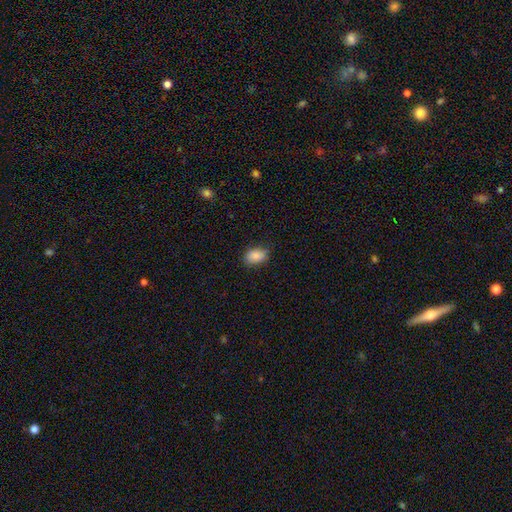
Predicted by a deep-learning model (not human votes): smooth_or_featured: smooth (p=0.87) [alt: star or artifact p=0.08]
how_rounded: in between (p=0.83) [alt: round p=0.16]
merging: none (p=0.82) [alt: minor disturbance p=0.14]